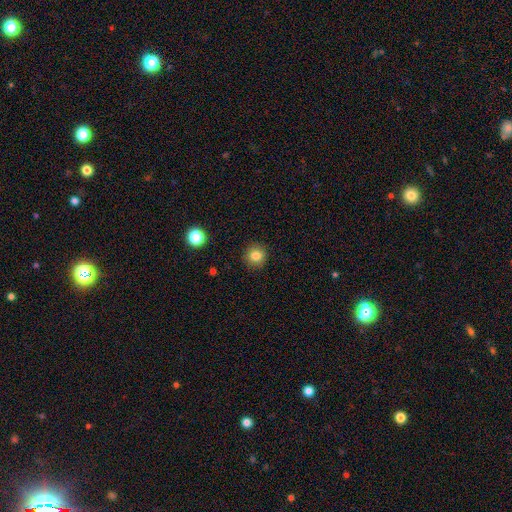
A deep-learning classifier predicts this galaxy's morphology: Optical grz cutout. It shows a smooth galaxy with no disk features (82%) that is round (92%). Merging: none (91%).